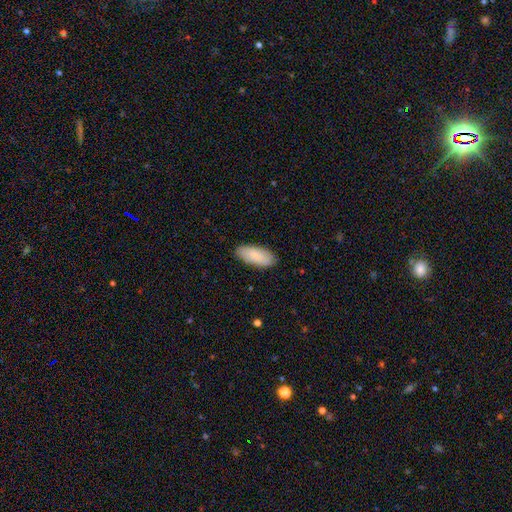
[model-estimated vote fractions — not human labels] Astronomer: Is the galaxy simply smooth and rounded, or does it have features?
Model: smooth — 87%.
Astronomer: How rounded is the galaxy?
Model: in between — 85%.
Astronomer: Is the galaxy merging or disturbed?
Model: none — 85%.